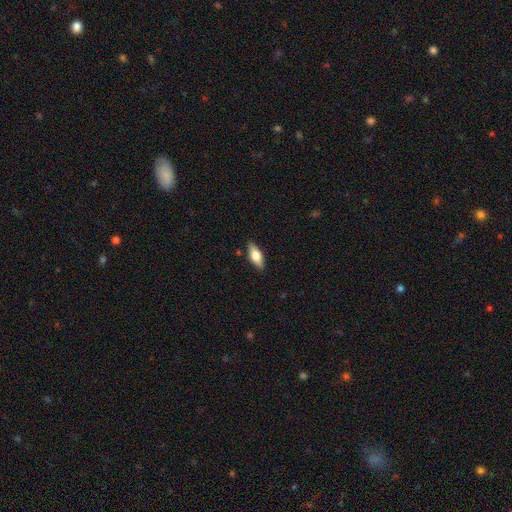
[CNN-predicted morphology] This is likely a smooth galaxy (61%). How rounded: likely in between (75%). Merging: clearly none (86%).